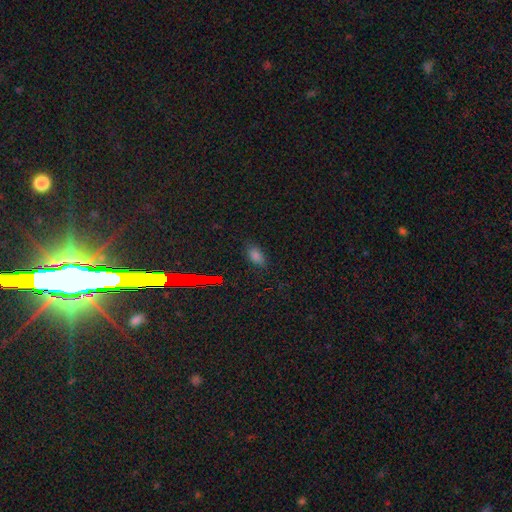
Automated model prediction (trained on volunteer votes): Smooth or featured? smooth (75%)
How rounded? in between (89%)
Merging? none (83%)